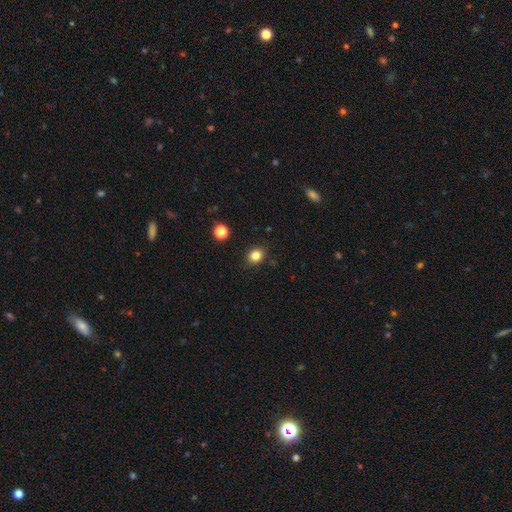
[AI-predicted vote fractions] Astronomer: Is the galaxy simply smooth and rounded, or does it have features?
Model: smooth — 82%.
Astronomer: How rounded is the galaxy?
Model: round — 67%.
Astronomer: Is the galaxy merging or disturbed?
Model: none — 87%.